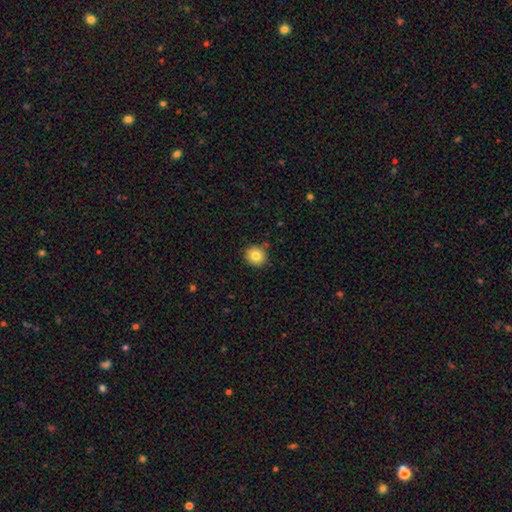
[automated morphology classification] Smooth or featured? Predicted: smooth (p=0.82). How rounded? Predicted: round (p=0.92). Merging? Predicted: none (p=0.88).